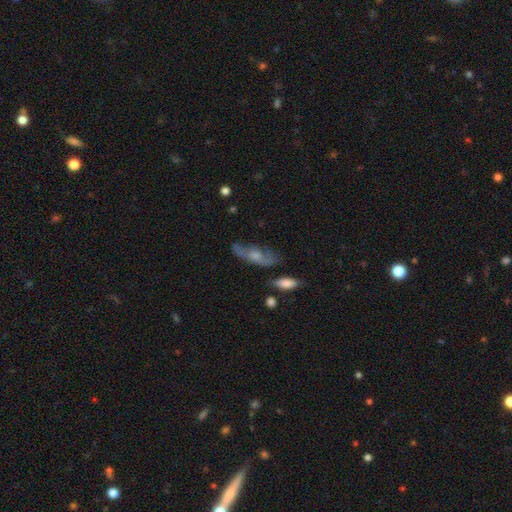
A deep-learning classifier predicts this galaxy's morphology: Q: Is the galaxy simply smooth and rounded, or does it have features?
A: featured or disk — 51%.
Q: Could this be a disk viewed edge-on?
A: no — 68%.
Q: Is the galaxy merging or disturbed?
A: none — 54%.